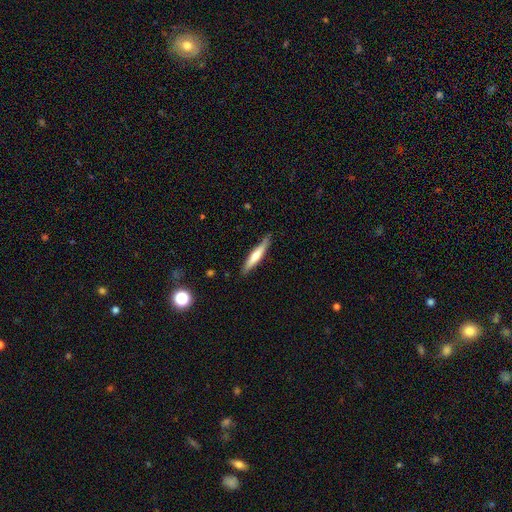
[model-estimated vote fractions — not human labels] smooth-or-featured: smooth: 57% | featured or disk: 38% | star or artifact: 5%
  how-rounded: cigar-shaped: 91% | in between: 8% | round: 1%
  merging: none: 85% | minor disturbance: 12% | major disturbance: 2% | merger: 1%